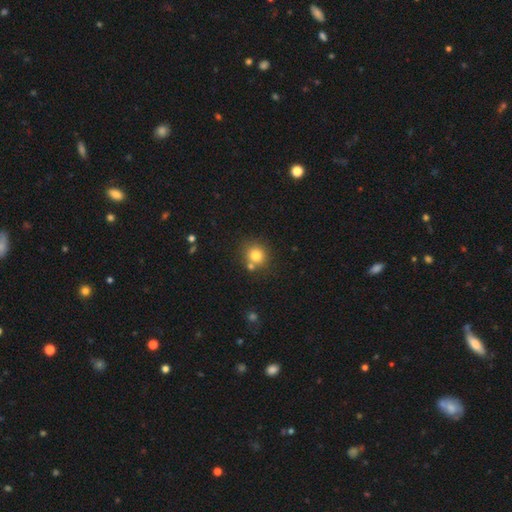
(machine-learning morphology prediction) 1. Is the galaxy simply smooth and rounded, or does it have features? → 80% smooth, 12% star or artifact, 8% featured or disk.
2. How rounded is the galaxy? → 87% round, 12% in between, 1% cigar-shaped.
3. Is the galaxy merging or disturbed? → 69% none, 17% merger, 10% minor disturbance, 3% major disturbance.